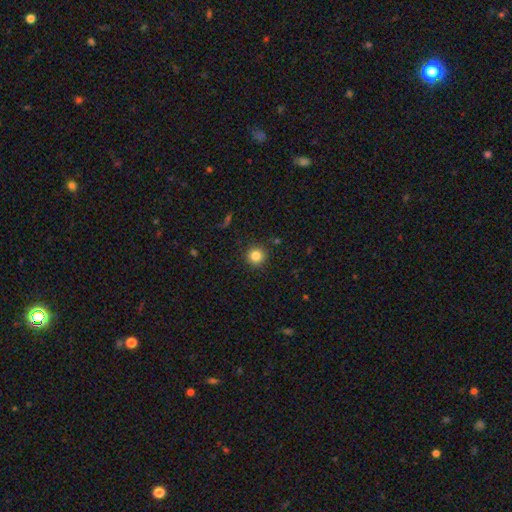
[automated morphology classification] This appears to be a smooth galaxy with no disk features (84%) that is round (94%). Merging: none (90%).